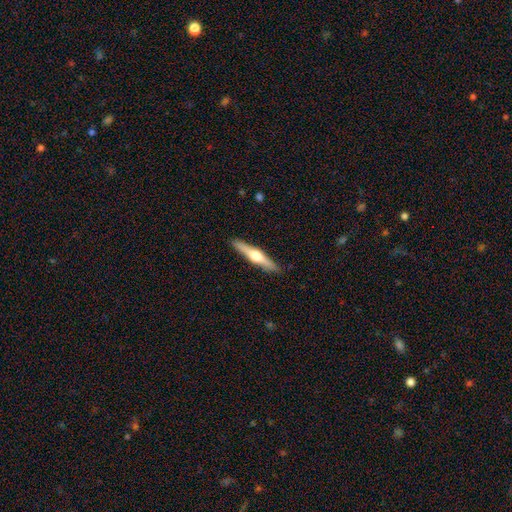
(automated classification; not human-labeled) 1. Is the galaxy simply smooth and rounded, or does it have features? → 66% featured or disk, 29% smooth, 5% star or artifact.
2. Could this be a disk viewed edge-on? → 97% yes, 3% no.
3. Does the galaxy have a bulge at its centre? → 94% rounded, 4% boxy, 3% none.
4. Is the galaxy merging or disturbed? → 91% none, 7% minor disturbance, 1% major disturbance, 1% merger.